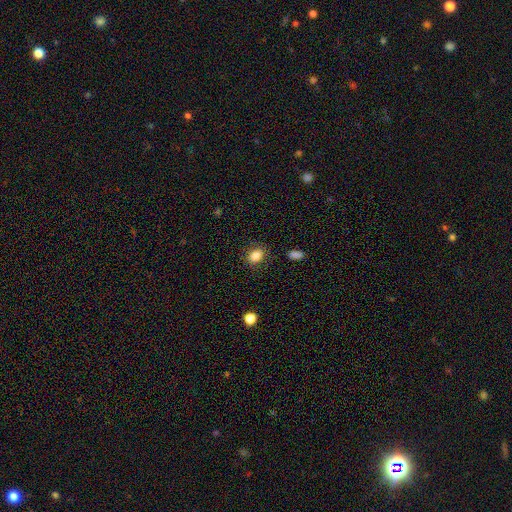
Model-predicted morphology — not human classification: Overall: smooth (85%). How rounded: in between (56%; round 43%). Merging: none (83%).